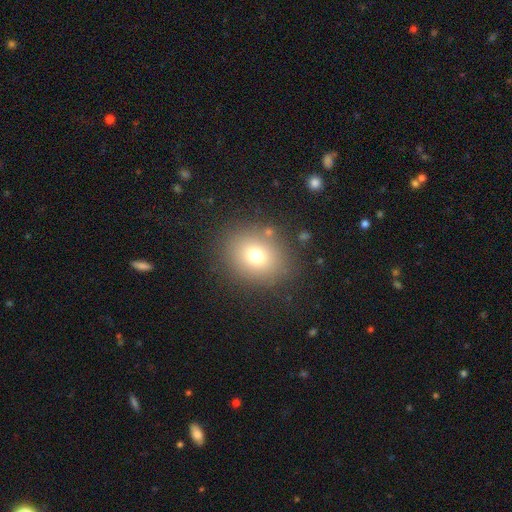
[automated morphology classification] Smooth or featured?
  - smooth: 72% *
  - star or artifact: 16%
  - featured or disk: 12%
How rounded?
  - round: 68% *
  - in between: 31%
  - cigar-shaped: 1%
Merging?
  - none: 83% *
  - minor disturbance: 9%
  - major disturbance: 5%
  - merger: 3%